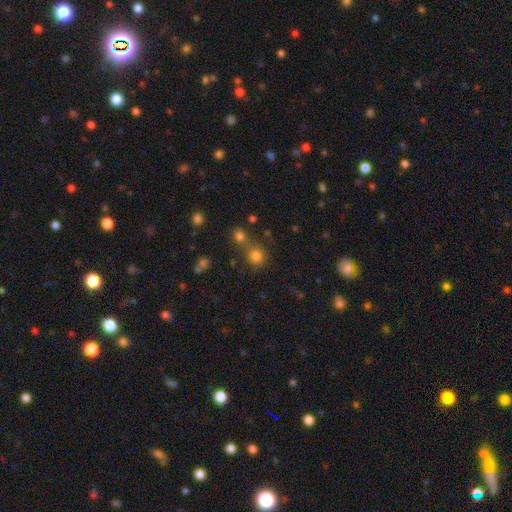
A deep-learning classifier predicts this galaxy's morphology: type=smooth (77%); roundness=round (86%); merging=none (52%).